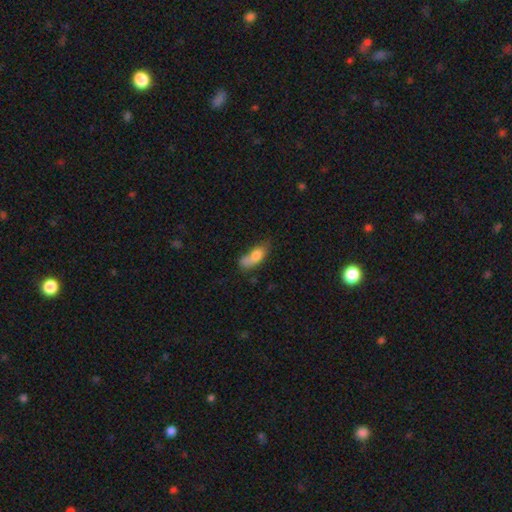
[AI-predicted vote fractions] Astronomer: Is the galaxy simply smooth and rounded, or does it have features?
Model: smooth — 75%.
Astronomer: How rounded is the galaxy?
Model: in between — 73%.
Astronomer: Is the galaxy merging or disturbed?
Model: none — 33% (runner-up: merger, 25%).